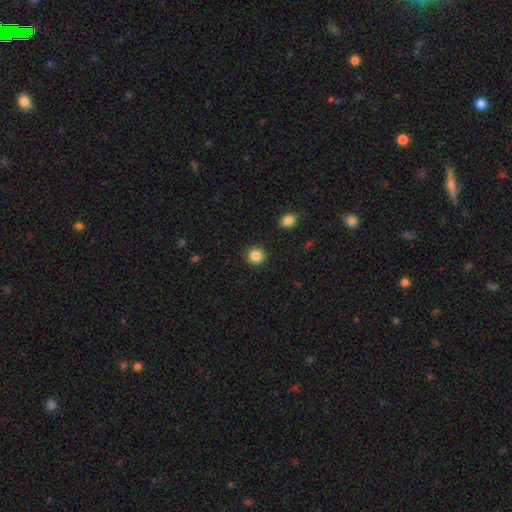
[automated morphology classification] Overall: smooth (85%). How rounded: round (94%). Merging: none (92%).